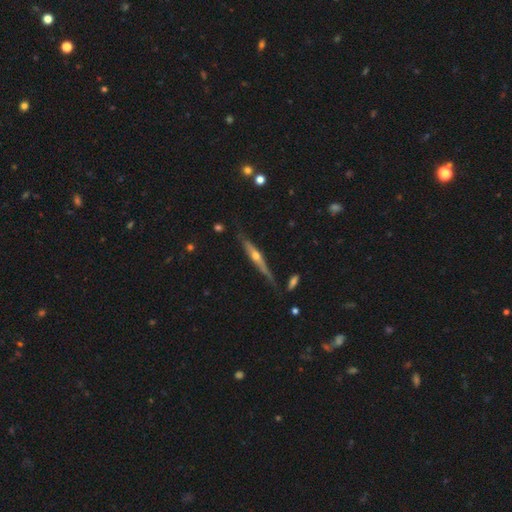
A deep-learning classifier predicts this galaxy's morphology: smooth_or_featured: featured or disk (p=0.77) [alt: smooth p=0.16]
disk_edge_on: yes (p=0.96) [alt: no p=0.04]
edge_on_bulge: rounded (p=0.89) [alt: none p=0.07]
merging: none (p=0.80) [alt: minor disturbance p=0.14]